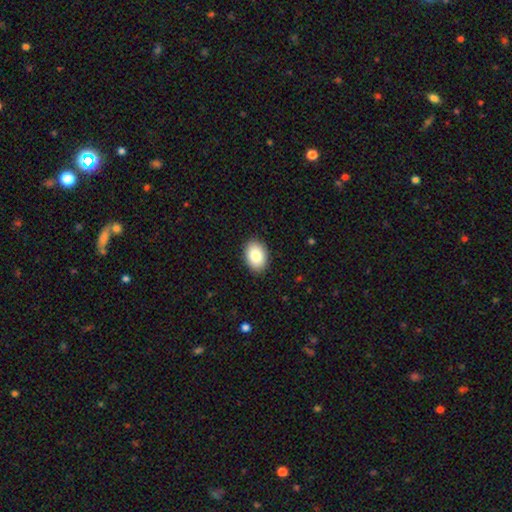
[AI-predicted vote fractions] This appears to be a smooth galaxy with no disk features (85%) that is in between round and cigar-shaped (82%). Merging: none (90%).